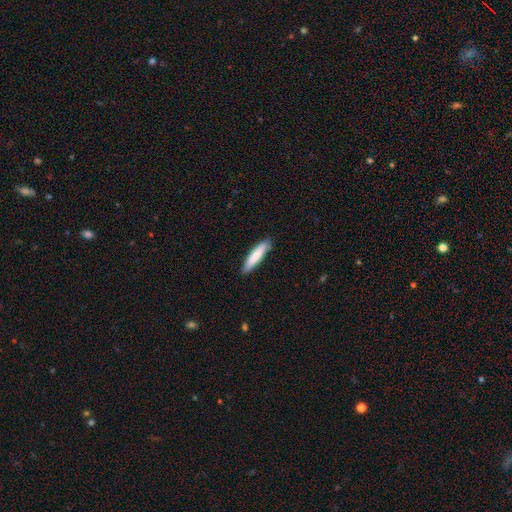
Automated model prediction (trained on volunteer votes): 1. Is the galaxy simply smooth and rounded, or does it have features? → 81% smooth, 14% featured or disk, 5% star or artifact.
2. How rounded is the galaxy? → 83% cigar-shaped, 16% in between, 1% round.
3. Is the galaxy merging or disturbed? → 86% none, 11% minor disturbance, 2% major disturbance, 1% merger.